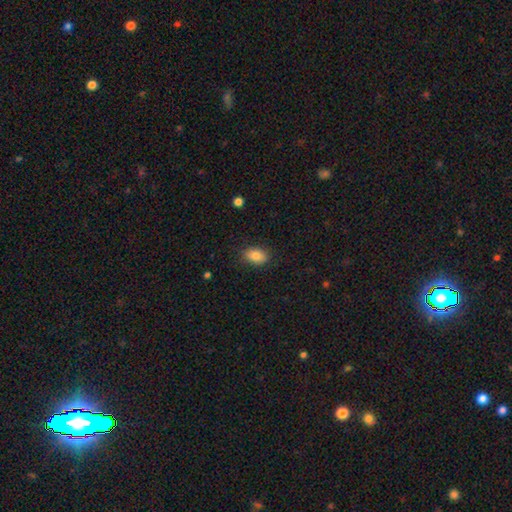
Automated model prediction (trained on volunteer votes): Smooth or featured? Predicted: smooth (p=0.84). How rounded? Predicted: in between (p=0.86). Merging? Predicted: none (p=0.86).